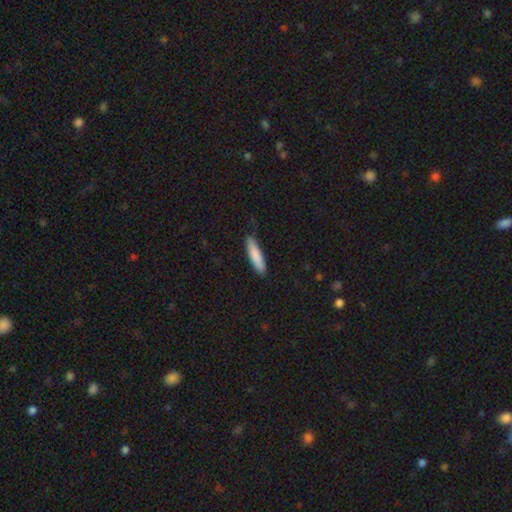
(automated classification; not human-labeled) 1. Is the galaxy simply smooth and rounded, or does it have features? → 85% smooth, 10% featured or disk, 5% star or artifact.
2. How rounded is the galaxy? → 79% cigar-shaped, 20% in between, 1% round.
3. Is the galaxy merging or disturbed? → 86% none, 11% minor disturbance, 2% major disturbance, 1% merger.